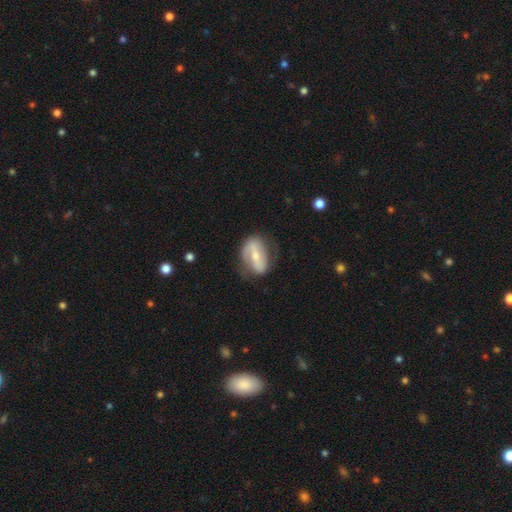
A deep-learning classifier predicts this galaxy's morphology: Smooth or featured? featured or disk (69%)
Edge-on disk? no (92%)
Bar? strong (57%)
Spiral arms? yes (72%)
Bulge size? small (49%)
Merging? none (66%)